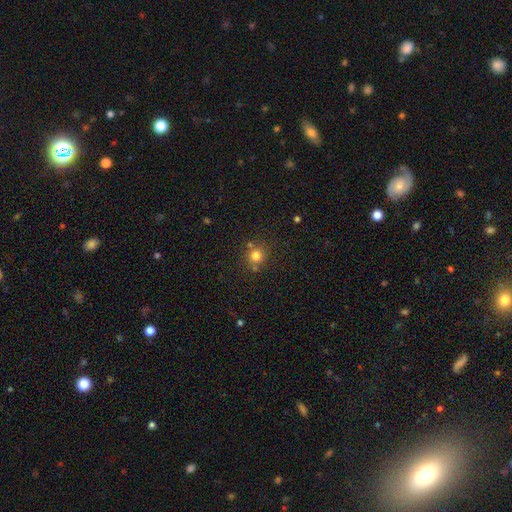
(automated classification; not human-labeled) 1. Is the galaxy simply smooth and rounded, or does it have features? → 77% smooth, 15% star or artifact, 7% featured or disk.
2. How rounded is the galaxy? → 89% round, 10% in between, 1% cigar-shaped.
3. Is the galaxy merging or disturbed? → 74% none, 12% merger, 10% minor disturbance, 3% major disturbance.